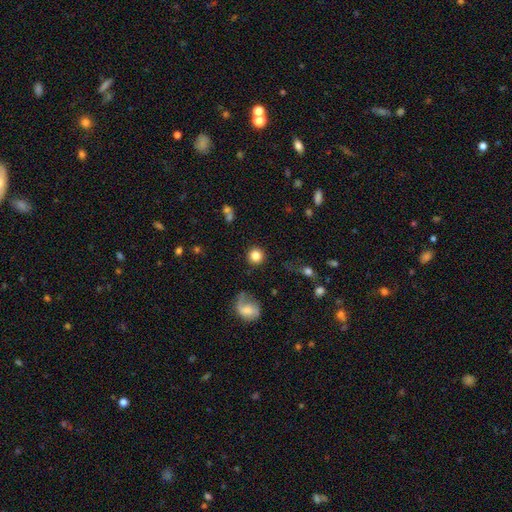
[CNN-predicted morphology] The model was most divided on "smooth or featured": smooth: 83%, star or artifact: 9%, featured or disk: 8%. More confident: how rounded — round (94%); merging — none (88%).